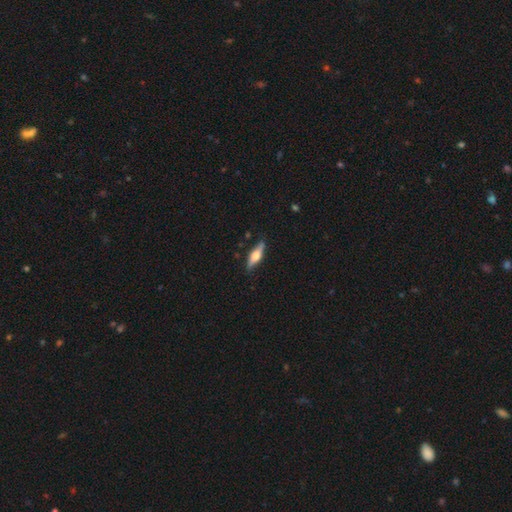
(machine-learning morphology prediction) This appears to be a featured or disk galaxy (56%) viewed edge-on (93%) with a rounded central bulge (92%). Merging: none (84%).